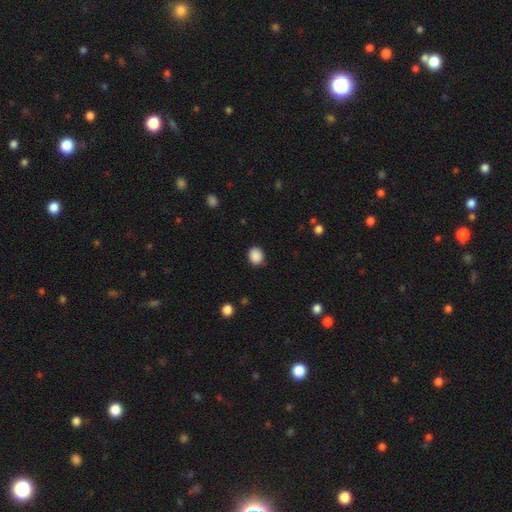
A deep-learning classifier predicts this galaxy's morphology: type=smooth (88%); roundness=round (76%); merging=none (88%).